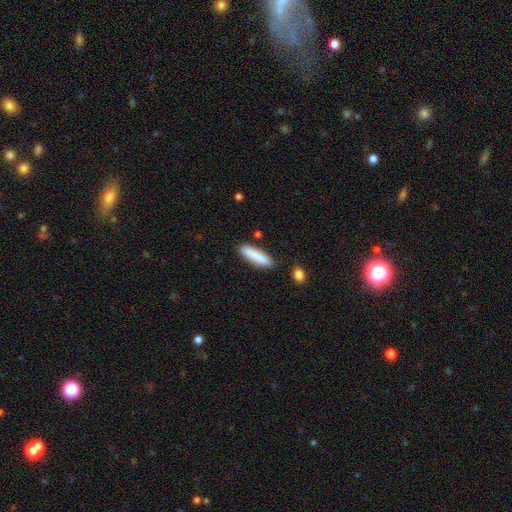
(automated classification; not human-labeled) A smooth galaxy with no disk features (87%) that is cigar-shaped (65%).

Vote fractions:
- Smooth or featured? smooth: 87% / featured or disk: 7% / star or artifact: 6%
- How rounded? cigar-shaped: 65% / in between: 33% / round: 2%
- Merging? none: 85% / minor disturbance: 10% / merger: 3% / major disturbance: 2%